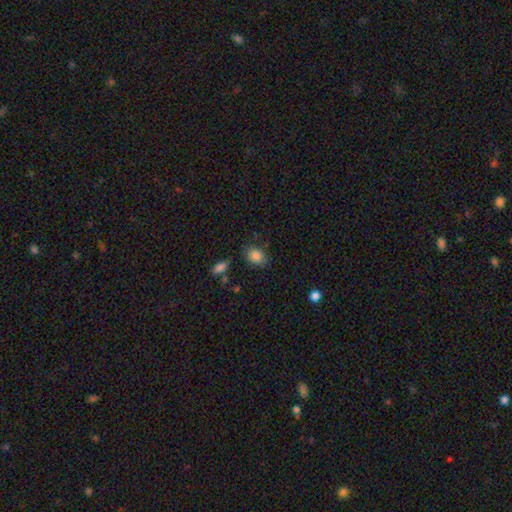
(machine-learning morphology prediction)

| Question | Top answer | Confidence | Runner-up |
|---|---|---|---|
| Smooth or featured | smooth | 85% | star or artifact (9%) |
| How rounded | in between | 68% | round (31%) |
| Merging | none | 77% | minor disturbance (16%) |